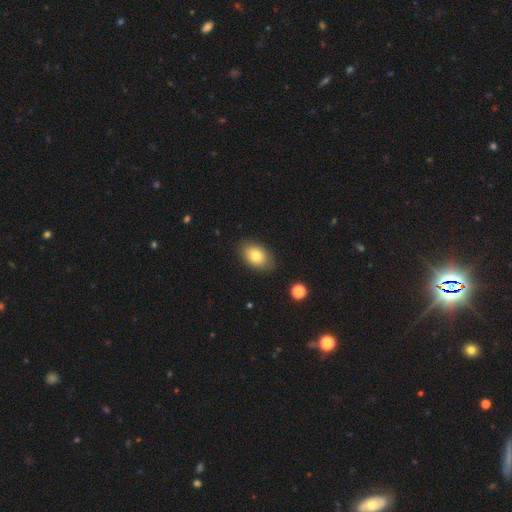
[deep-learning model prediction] A smooth galaxy with no disk features (79%) that is in between round and cigar-shaped (86%).

Vote fractions:
- Smooth or featured? smooth: 79% / featured or disk: 13% / star or artifact: 8%
- How rounded? in between: 86% / round: 13% / cigar-shaped: 1%
- Merging? none: 84% / minor disturbance: 11% / major disturbance: 3% / merger: 1%